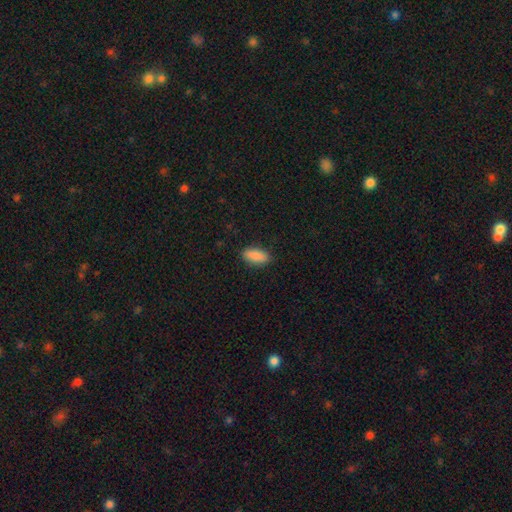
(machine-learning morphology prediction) smooth_or_featured: smooth (p=0.89) [alt: star or artifact p=0.07]
how_rounded: in between (p=0.81) [alt: cigar-shaped p=0.16]
merging: none (p=0.88) [alt: minor disturbance p=0.09]